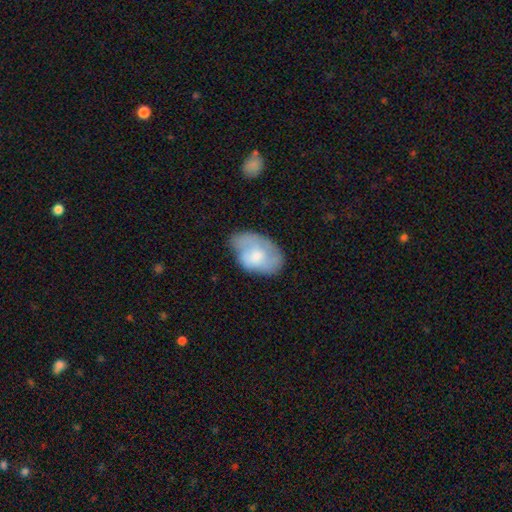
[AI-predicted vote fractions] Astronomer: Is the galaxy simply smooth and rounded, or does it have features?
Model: smooth — 64%.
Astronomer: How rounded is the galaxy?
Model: in between — 90%.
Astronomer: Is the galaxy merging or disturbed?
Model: none — 42% (runner-up: minor disturbance, 38%).